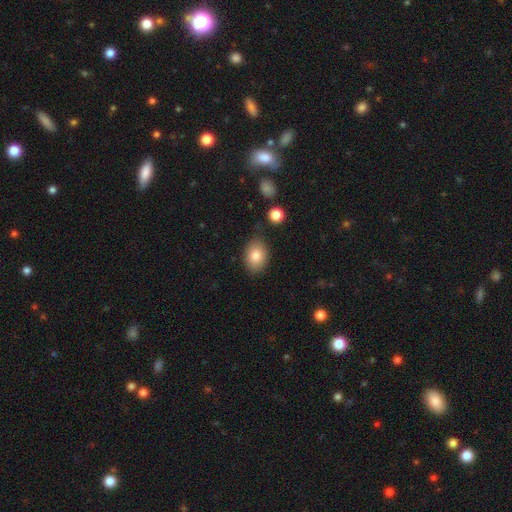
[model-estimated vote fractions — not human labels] A smooth galaxy with no disk features (84%) that is in between round and cigar-shaped (77%). Merging: none (79%).